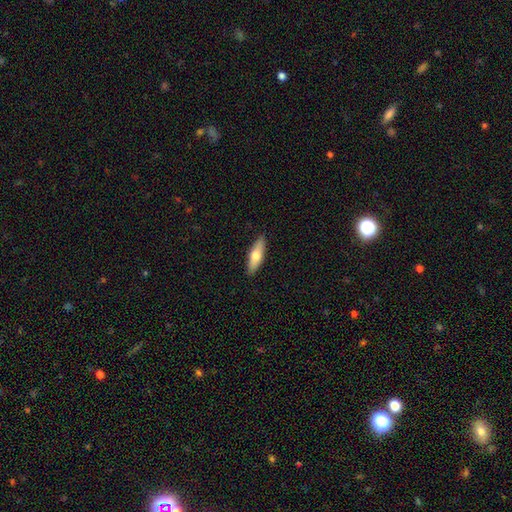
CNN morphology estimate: smooth_or_featured: smooth (p=0.63) [alt: featured or disk p=0.32]
how_rounded: cigar-shaped (p=0.49) [alt: in between p=0.48]
merging: none (p=0.90) [alt: minor disturbance p=0.08]